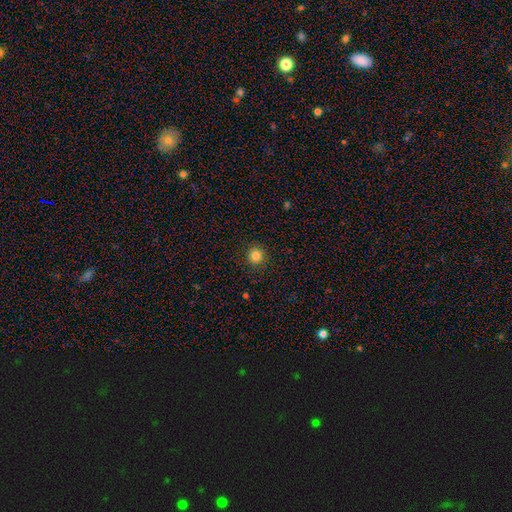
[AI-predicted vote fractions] Morphology: type=smooth (83%); roundness=round (92%); merging=none (91%).